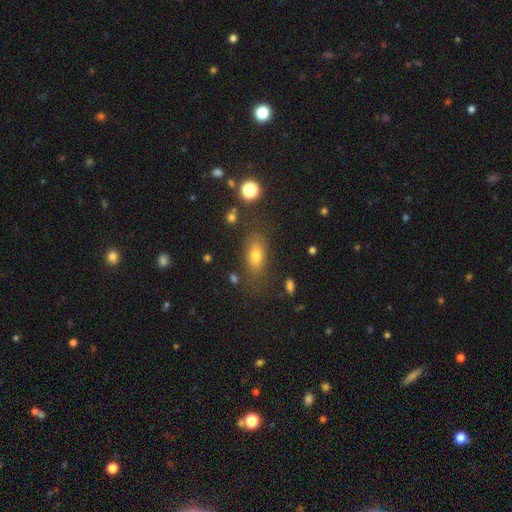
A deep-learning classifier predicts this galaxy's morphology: Q: Smooth or featured?
A: smooth (68%); runner-up: star or artifact (16%)
Q: How rounded?
A: in between (72%); runner-up: cigar-shaped (16%)
Q: Merging?
A: none (78%); runner-up: minor disturbance (13%)